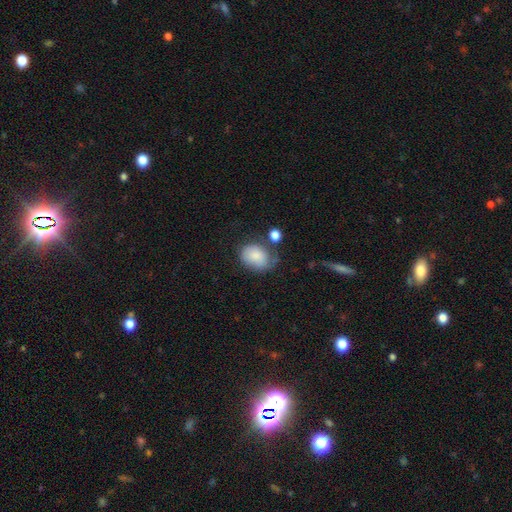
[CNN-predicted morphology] This is clearly a smooth galaxy (81%). How rounded: likely in between (66%). Merging: possibly none (48%).